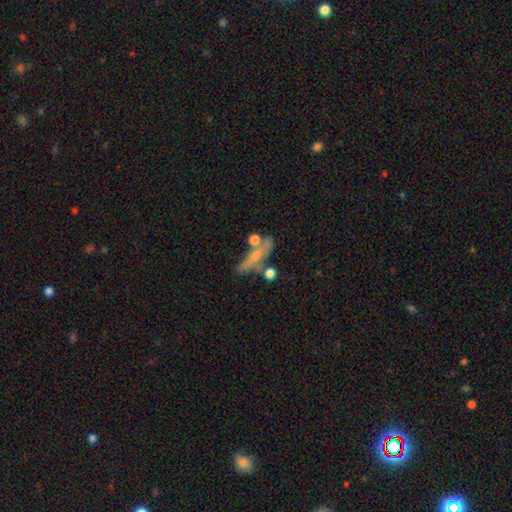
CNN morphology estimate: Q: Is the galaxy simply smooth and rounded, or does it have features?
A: featured or disk — 45%.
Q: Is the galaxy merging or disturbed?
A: none — 47%.